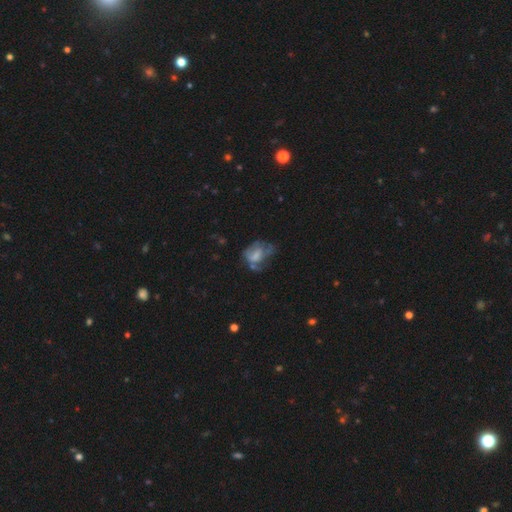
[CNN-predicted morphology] A smooth galaxy with no disk features (46%). Merging: major disturbance (35%).